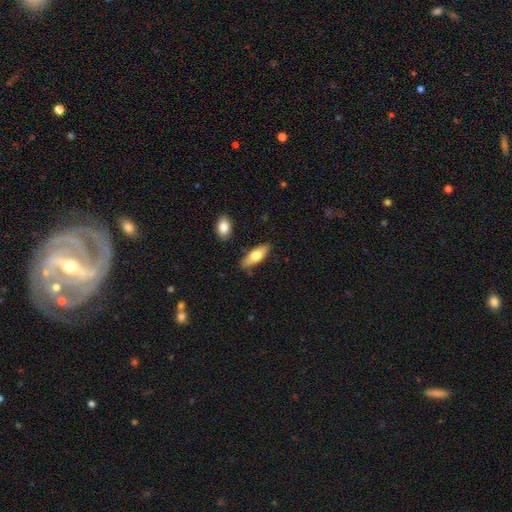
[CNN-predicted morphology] Q: Smooth or featured?
A: smooth (68%); runner-up: featured or disk (26%)
Q: How rounded?
A: in between (68%); runner-up: cigar-shaped (30%)
Q: Merging?
A: none (78%); runner-up: minor disturbance (15%)